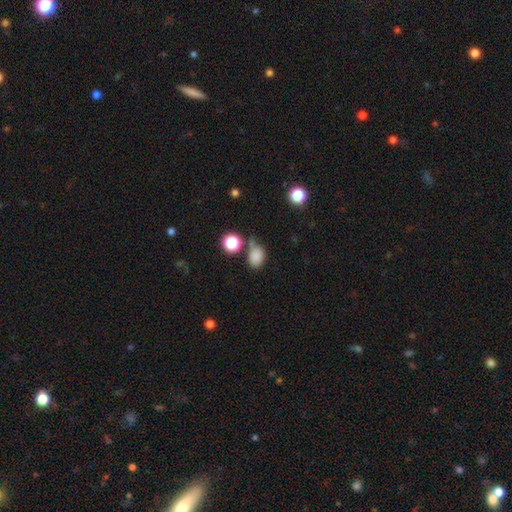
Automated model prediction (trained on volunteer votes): Smooth or featured? smooth (82%)
How rounded? in between (62%)
Merging? none (53%)